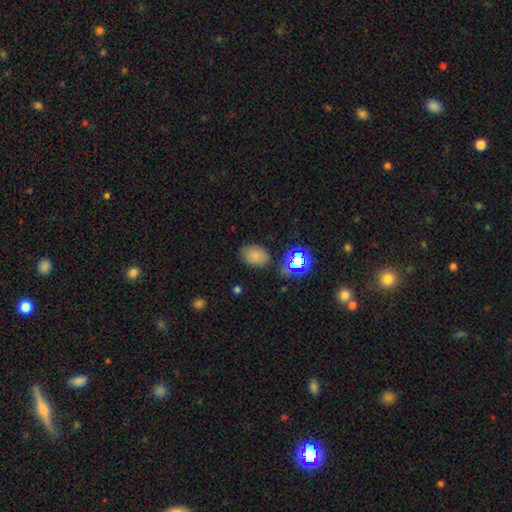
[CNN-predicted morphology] A smooth galaxy with no disk features (76%) that is in between round and cigar-shaped (79%). Merging: none (78%).